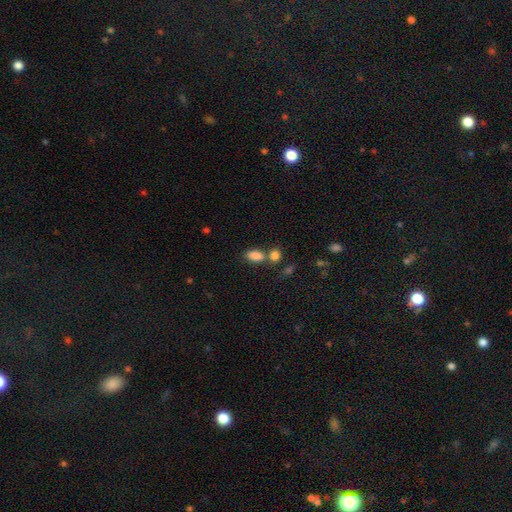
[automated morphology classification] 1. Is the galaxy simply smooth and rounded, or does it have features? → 86% smooth, 9% star or artifact, 6% featured or disk.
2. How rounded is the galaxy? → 87% in between, 9% round, 4% cigar-shaped.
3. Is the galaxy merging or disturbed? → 49% none, 33% merger, 13% minor disturbance, 5% major disturbance.